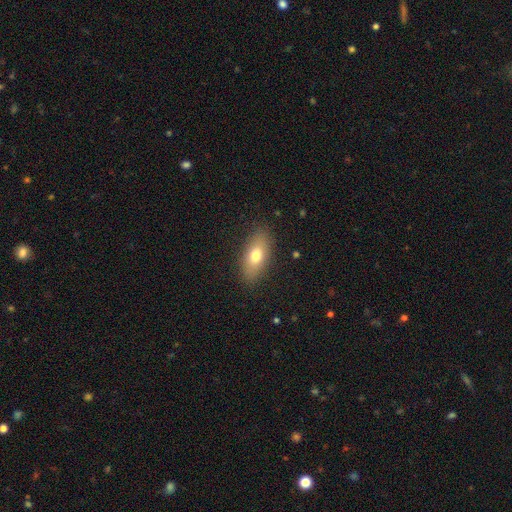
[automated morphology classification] Smooth or featured: smooth — 72% (featured or disk — 20%)
How rounded: in between — 80% (cigar-shaped — 15%)
Merging: none — 86% (minor disturbance — 10%)